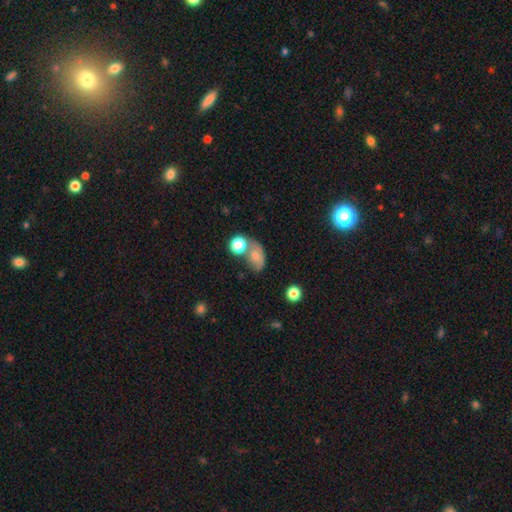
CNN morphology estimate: This appears to be a smooth galaxy with no disk features (63%) that is in between round and cigar-shaped (73%). Merging: merger (34%).